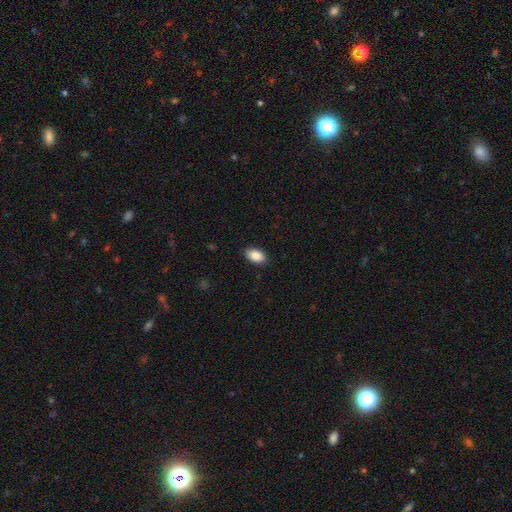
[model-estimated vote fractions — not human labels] This is clearly a smooth galaxy (87%). How rounded: clearly in between (92%). Merging: clearly none (89%).